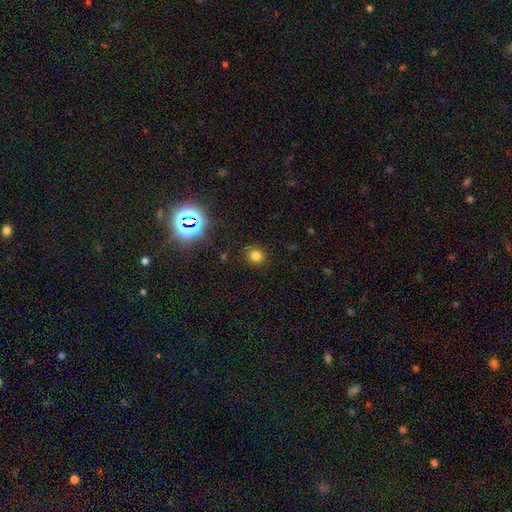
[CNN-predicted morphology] Q: Smooth or featured?
A: smooth (76%); runner-up: star or artifact (18%)
Q: How rounded?
A: round (82%); runner-up: in between (17%)
Q: Merging?
A: none (89%); runner-up: minor disturbance (7%)